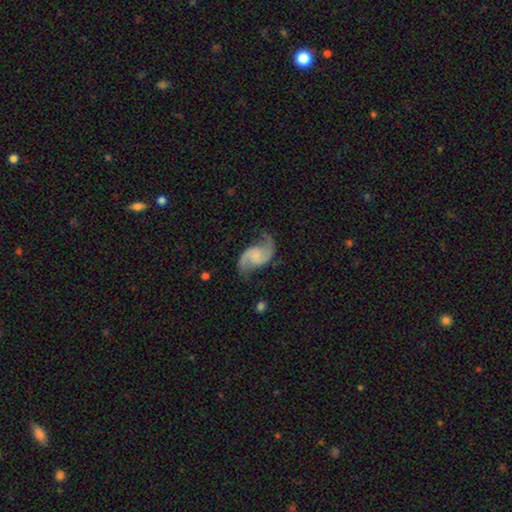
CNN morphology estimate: smooth_or_featured: featured or disk (p=0.91) [alt: smooth p=0.05]
disk_edge_on: no (p=0.98) [alt: yes p=0.02]
bar: no (p=0.55) [alt: weak p=0.36]
has_spiral_arms: yes (p=0.98) [alt: no p=0.02]
spiral_winding: loose (p=0.56) [alt: medium p=0.36]
spiral_arm_count: 2 (p=0.94) [alt: 1 p=0.01]
bulge_size: none (p=0.50) [alt: small p=0.29]
merging: none (p=0.76) [alt: minor disturbance p=0.15]